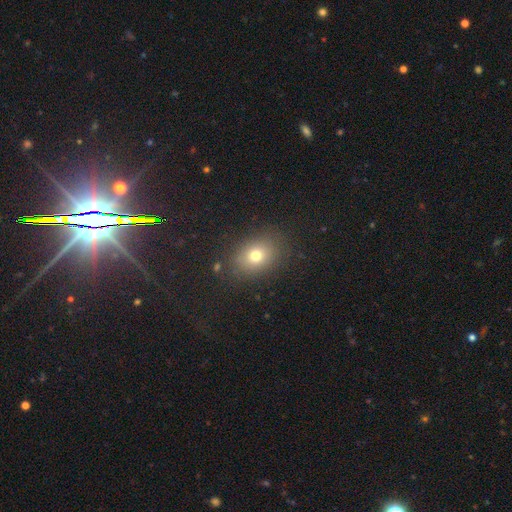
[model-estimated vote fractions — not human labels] smooth-or-featured: smooth: 74% | star or artifact: 14% | featured or disk: 12%
  how-rounded: in between: 59% | round: 40% | cigar-shaped: 1%
  merging: none: 84% | minor disturbance: 10% | major disturbance: 4% | merger: 2%